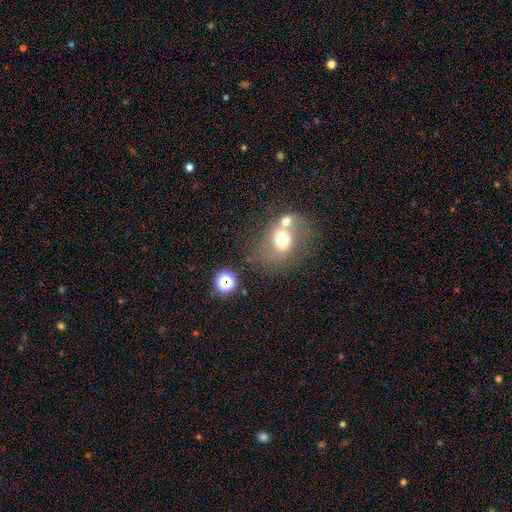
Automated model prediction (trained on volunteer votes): Smooth or featured? smooth (54%)
How rounded? round (59%)
Merging? none (46%)